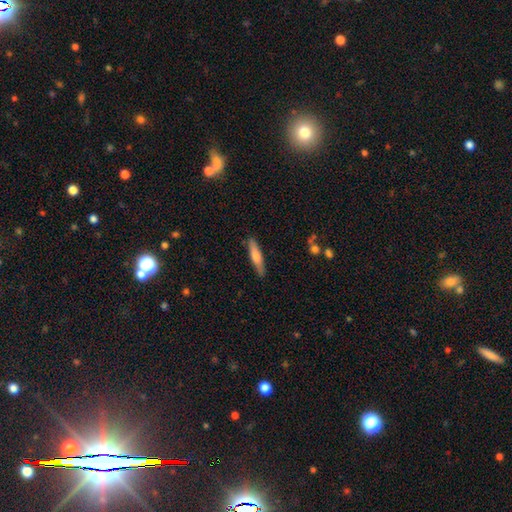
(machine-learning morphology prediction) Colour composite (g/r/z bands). It shows a smooth galaxy with no disk features (67%) that is cigar-shaped (85%). Merging: none (86%).